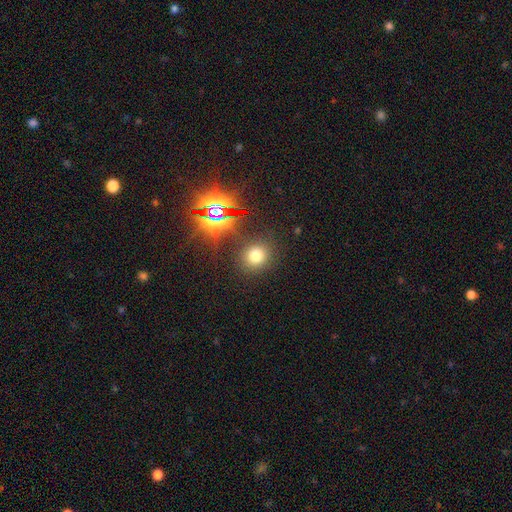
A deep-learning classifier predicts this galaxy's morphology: smooth-or-featured: smooth: 69% | star or artifact: 23% | featured or disk: 7%
  how-rounded: round: 81% | in between: 18% | cigar-shaped: 1%
  merging: none: 86% | minor disturbance: 8% | major disturbance: 4% | merger: 3%